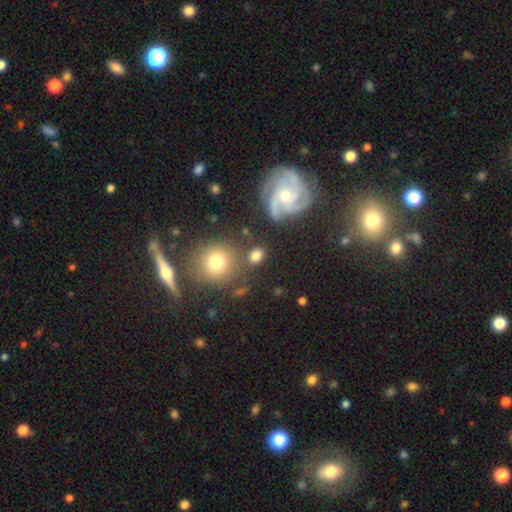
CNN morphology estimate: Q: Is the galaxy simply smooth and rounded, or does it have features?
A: smooth — 71%.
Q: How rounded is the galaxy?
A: round — 59%.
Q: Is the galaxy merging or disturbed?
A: none — 74%.